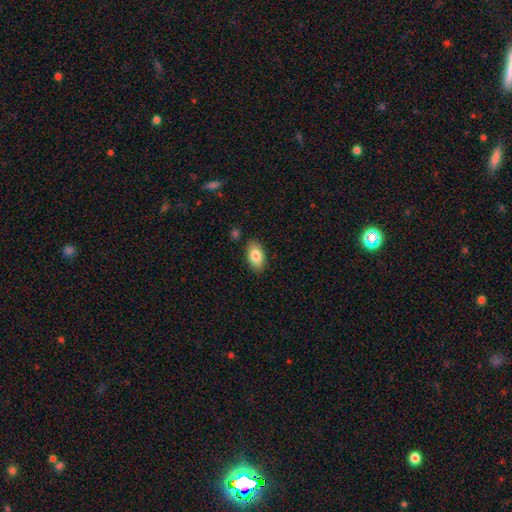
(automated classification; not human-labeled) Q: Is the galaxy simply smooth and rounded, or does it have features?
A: smooth — 84%.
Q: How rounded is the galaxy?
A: in between — 93%.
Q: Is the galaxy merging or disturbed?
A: none — 86%.